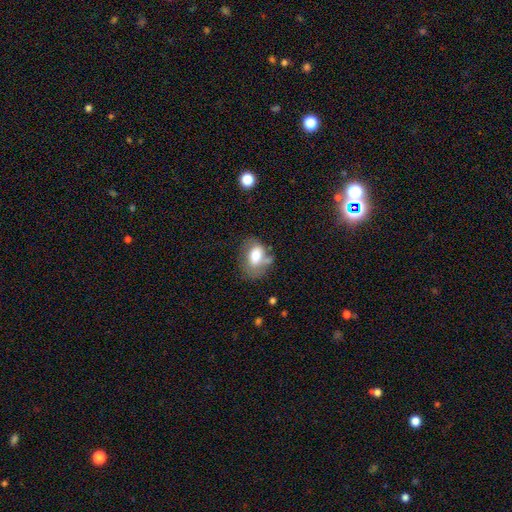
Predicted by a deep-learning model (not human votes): Q: Smooth or featured?
A: smooth (68%); runner-up: featured or disk (24%)
Q: How rounded?
A: in between (77%); runner-up: round (21%)
Q: Merging?
A: none (39%); runner-up: minor disturbance (29%)